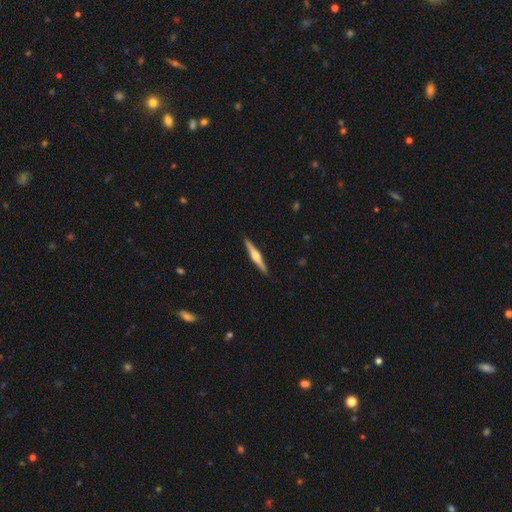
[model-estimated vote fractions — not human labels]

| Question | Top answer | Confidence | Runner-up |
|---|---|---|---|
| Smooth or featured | featured or disk | 71% | smooth (24%) |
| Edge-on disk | yes | 98% | no (2%) |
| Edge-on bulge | rounded | 89% | boxy (7%) |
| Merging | none | 92% | minor disturbance (6%) |